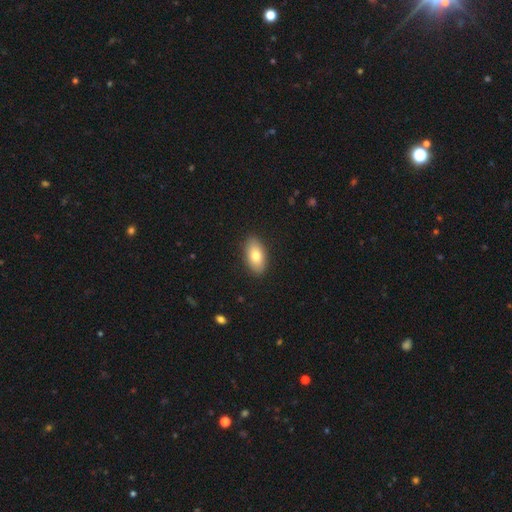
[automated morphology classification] Q: Smooth or featured?
A: smooth (76%); runner-up: featured or disk (17%)
Q: How rounded?
A: in between (92%); runner-up: round (5%)
Q: Merging?
A: none (89%); runner-up: minor disturbance (8%)